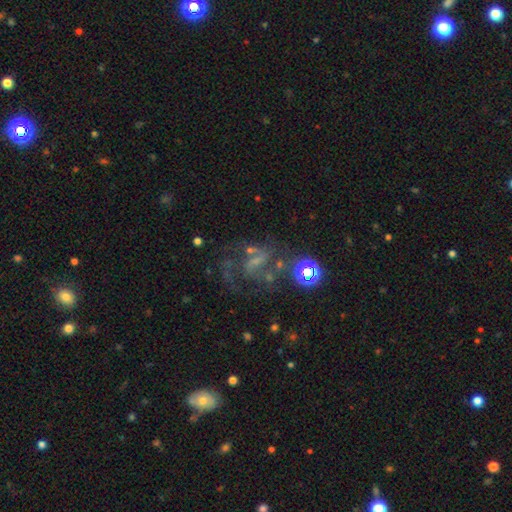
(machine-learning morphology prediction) A featured or disk galaxy (61%) with a weak bar (43%), spiral arms (79%) and a small central bulge (41%).

Vote fractions:
- Smooth or featured? featured or disk: 61% / star or artifact: 25% / smooth: 15%
- Edge-on disk? no: 97% / yes: 3%
- Bar? weak: 43% / no: 35% / strong: 22%
- Spiral arms? yes: 79% / no: 21%
- Bulge size? small: 41% / none: 36% / moderate: 19% / large: 3% / dominant: 2%
- Merging? none: 46% / major disturbance: 28% / minor disturbance: 17% / merger: 10%